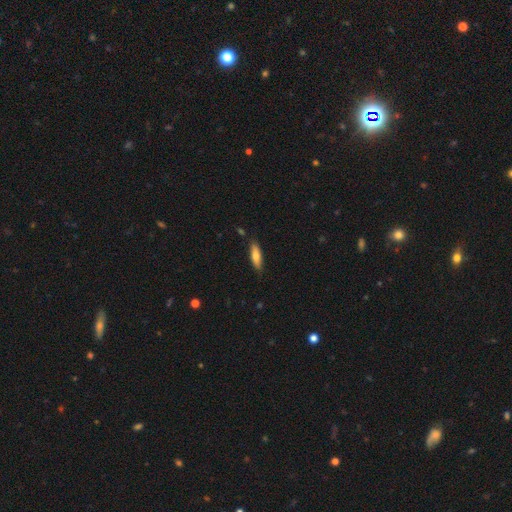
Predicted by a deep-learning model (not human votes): smooth_or_featured: smooth (p=0.73) [alt: featured or disk p=0.21]
how_rounded: cigar-shaped (p=0.60) [alt: in between p=0.39]
merging: none (p=0.83) [alt: minor disturbance p=0.13]